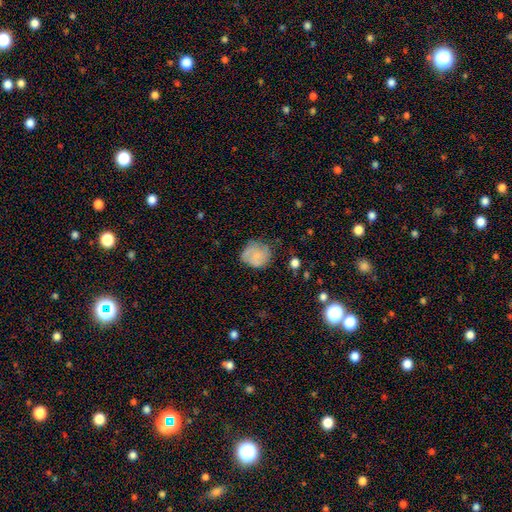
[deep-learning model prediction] Smooth or featured: smooth — 73% (featured or disk — 18%)
How rounded: round — 77% (in between — 22%)
Merging: none — 56% (minor disturbance — 30%)